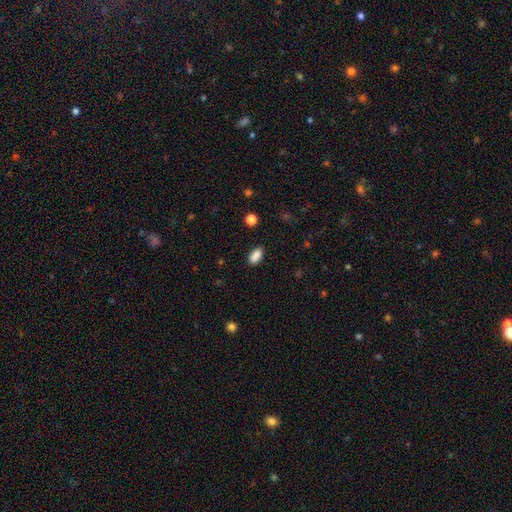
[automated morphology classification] This is clearly a smooth galaxy (88%). How rounded: clearly in between (91%). Merging: clearly none (87%).